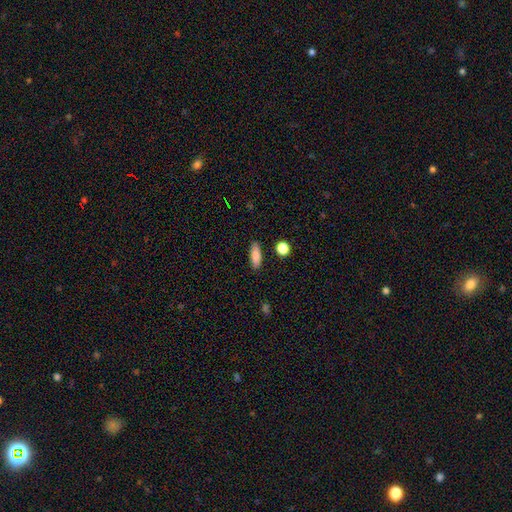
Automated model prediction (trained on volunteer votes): smooth 85%, star or artifact 7%, featured or disk 7%. Down the decision tree: how rounded — in between (62%); merging — none (87%).